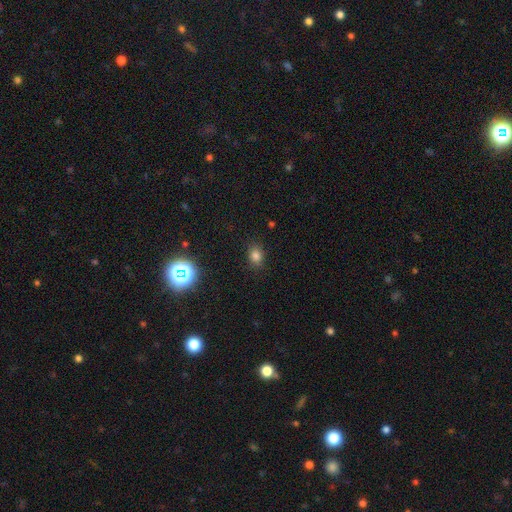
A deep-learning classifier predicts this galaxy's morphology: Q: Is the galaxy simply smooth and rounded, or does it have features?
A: smooth — 77%.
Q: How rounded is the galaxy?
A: in between — 58%.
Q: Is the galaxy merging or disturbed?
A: none — 84%.